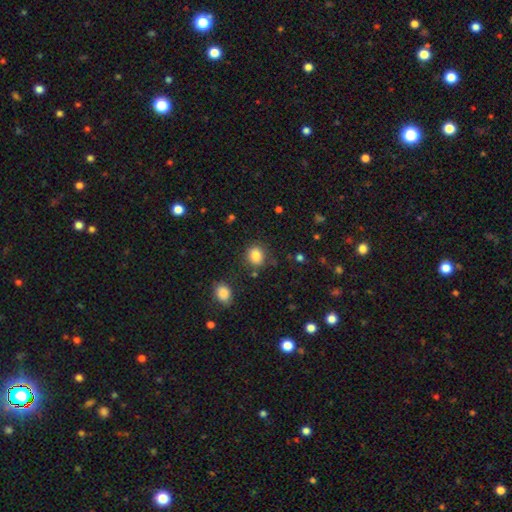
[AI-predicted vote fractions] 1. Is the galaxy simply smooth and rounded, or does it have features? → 85% smooth, 10% star or artifact, 5% featured or disk.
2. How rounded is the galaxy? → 63% round, 36% in between, 1% cigar-shaped.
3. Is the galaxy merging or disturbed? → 82% none, 11% minor disturbance, 4% merger, 3% major disturbance.